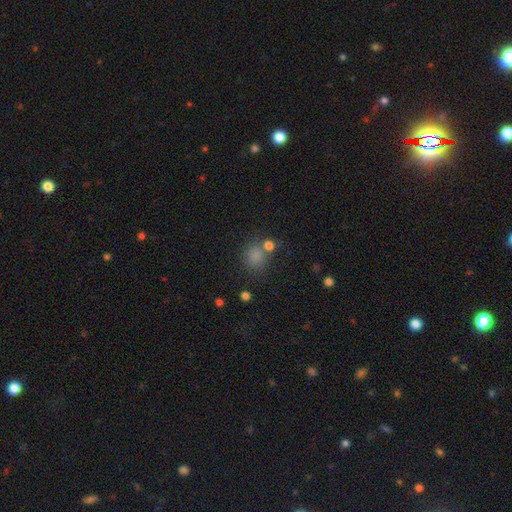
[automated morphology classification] Smooth or featured?
  - smooth: 77% *
  - star or artifact: 17%
  - featured or disk: 6%
How rounded?
  - round: 76% *
  - in between: 23%
  - cigar-shaped: 1%
Merging?
  - none: 66% *
  - merger: 16%
  - minor disturbance: 12%
  - major disturbance: 6%